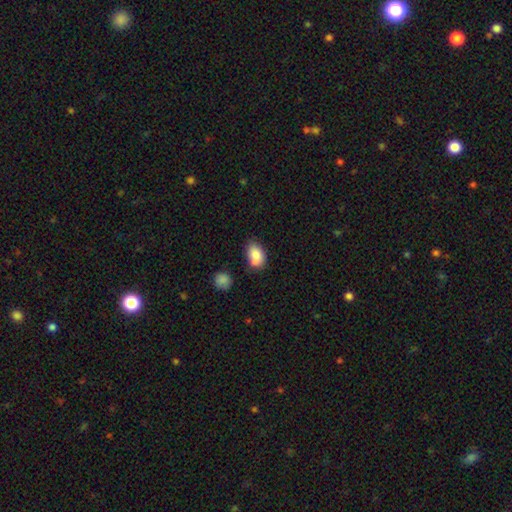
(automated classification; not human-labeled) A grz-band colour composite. It shows a smooth galaxy with no disk features (80%) that is in between round and cigar-shaped (84%). Merging: none (46%).